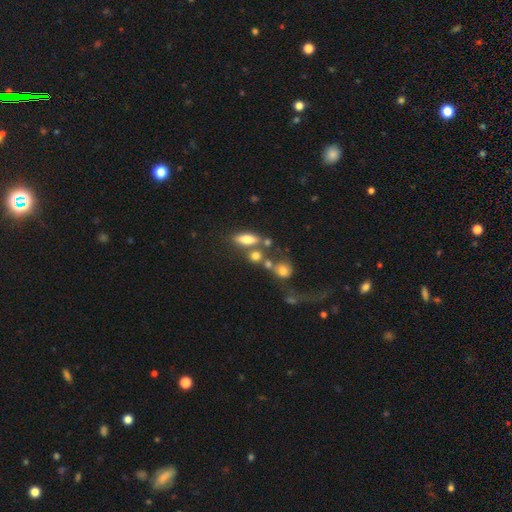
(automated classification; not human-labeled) Overall: smooth (71%). How rounded: in between (56%; round 24%). Merging: none (48%; merger 30%).